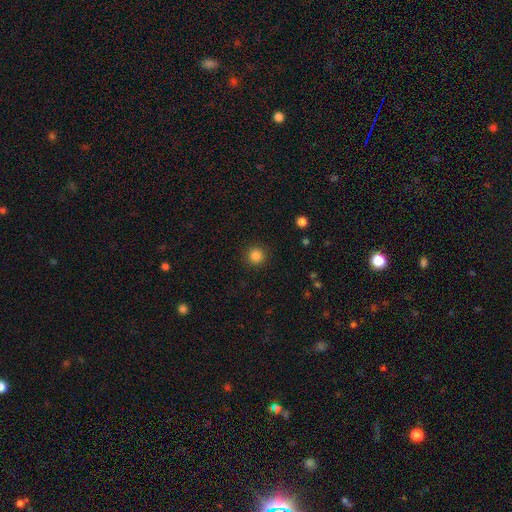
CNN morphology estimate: A smooth galaxy with no disk features (85%) that is round (95%). Merging: none (92%).